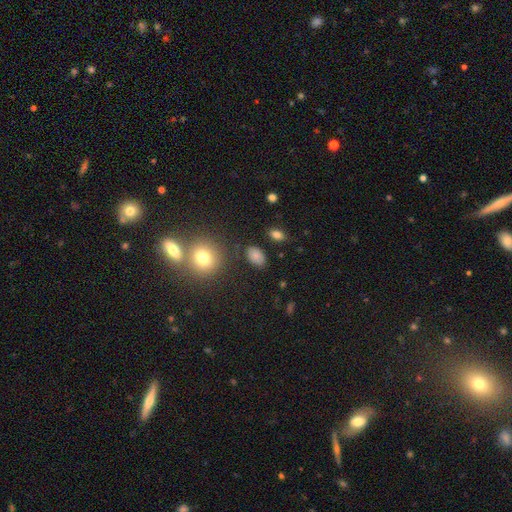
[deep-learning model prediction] Smooth or featured?
  - smooth: 78% *
  - star or artifact: 13%
  - featured or disk: 9%
How rounded?
  - in between: 86% *
  - round: 12%
  - cigar-shaped: 1%
Merging?
  - none: 82% *
  - minor disturbance: 12%
  - major disturbance: 4%
  - merger: 2%